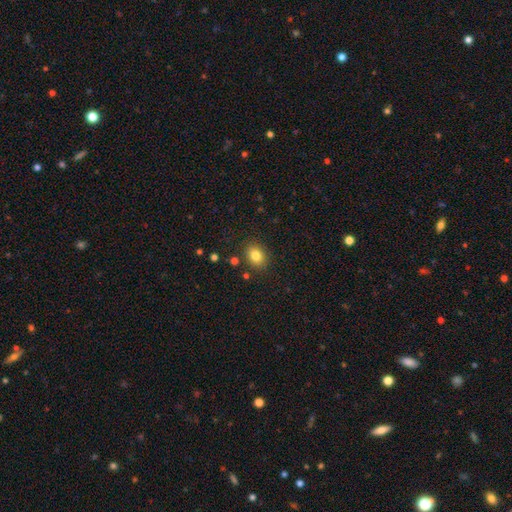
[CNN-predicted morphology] Smooth or featured? Predicted: smooth (p=0.82). How rounded? Predicted: in between (p=0.54). Merging? Predicted: none (p=0.86).